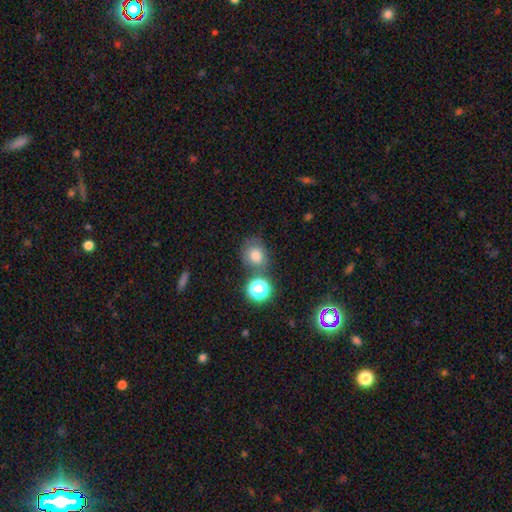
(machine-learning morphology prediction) smooth_or_featured: smooth (p=0.74) [alt: star or artifact p=0.16]
how_rounded: round (p=0.72) [alt: in between p=0.27]
merging: none (p=0.64) [alt: minor disturbance p=0.16]